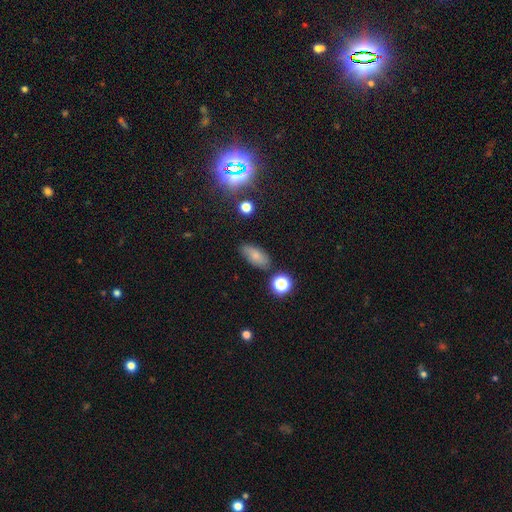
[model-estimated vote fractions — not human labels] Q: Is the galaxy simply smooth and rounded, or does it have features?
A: smooth — 73%.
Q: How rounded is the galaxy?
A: in between — 85%.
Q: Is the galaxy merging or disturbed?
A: none — 77%.